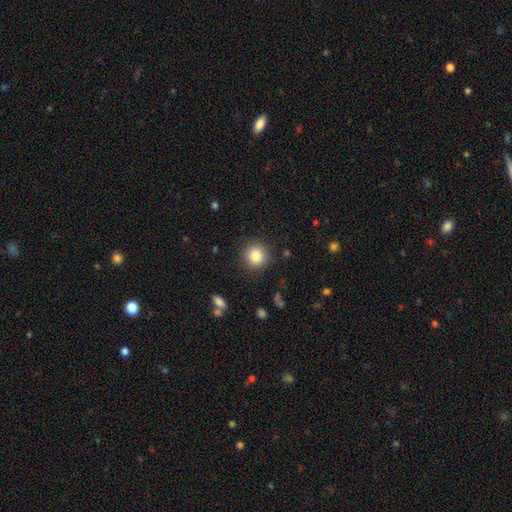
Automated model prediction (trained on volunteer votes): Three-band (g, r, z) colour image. It shows a smooth galaxy with no disk features (83%) that is round (93%). Merging: none (90%).